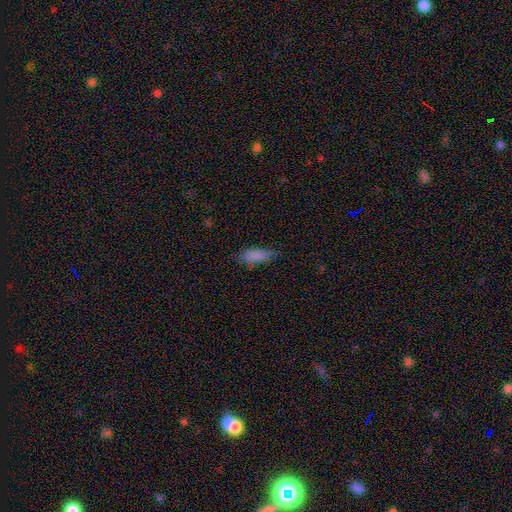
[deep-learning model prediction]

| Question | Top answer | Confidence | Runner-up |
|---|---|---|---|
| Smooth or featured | smooth | 84% | star or artifact (8%) |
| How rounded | in between | 60% | cigar-shaped (38%) |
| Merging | none | 71% | minor disturbance (23%) |